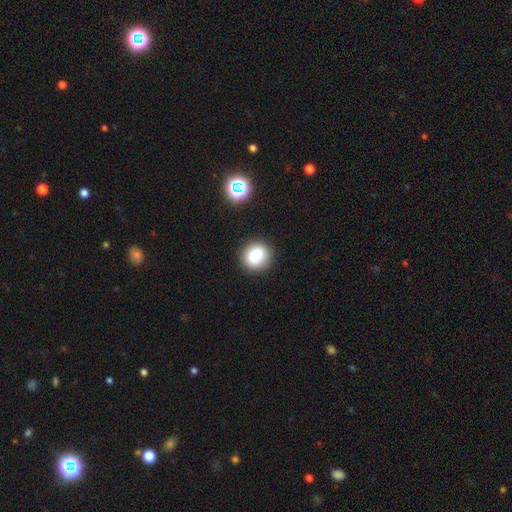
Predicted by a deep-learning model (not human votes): A smooth galaxy with no disk features (81%) that is round (80%).

Vote fractions:
- Smooth or featured? smooth: 81% / star or artifact: 11% / featured or disk: 8%
- How rounded? round: 80% / in between: 19% / cigar-shaped: 1%
- Merging? none: 87% / minor disturbance: 8% / major disturbance: 2% / merger: 2%